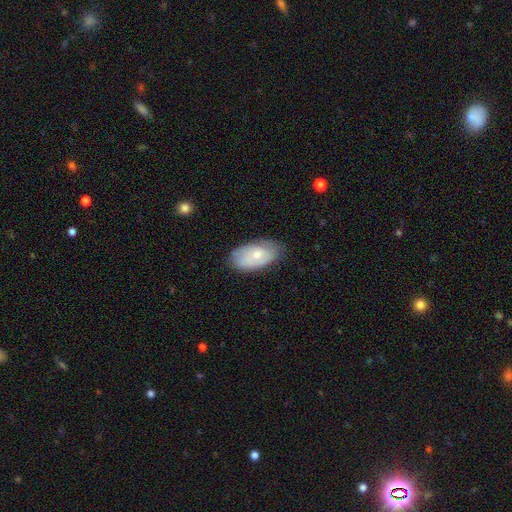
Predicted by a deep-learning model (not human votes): Smooth or featured?
  - smooth: 53% *
  - featured or disk: 40%
  - star or artifact: 7%
How rounded?
  - in between: 93% *
  - round: 5%
  - cigar-shaped: 2%
Merging?
  - none: 71% *
  - minor disturbance: 22%
  - major disturbance: 5%
  - merger: 1%